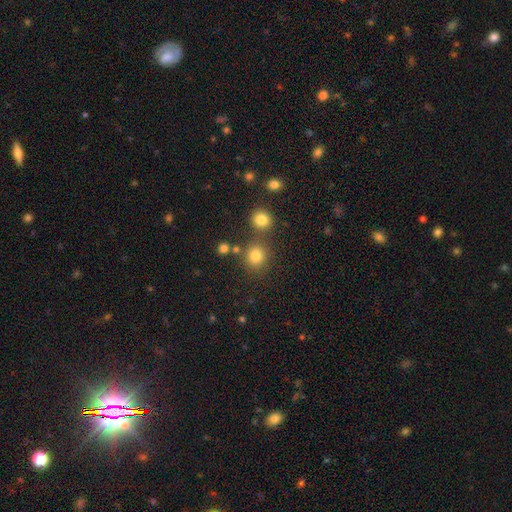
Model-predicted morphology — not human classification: Smooth or featured? smooth (78%)
How rounded? round (87%)
Merging? none (75%)